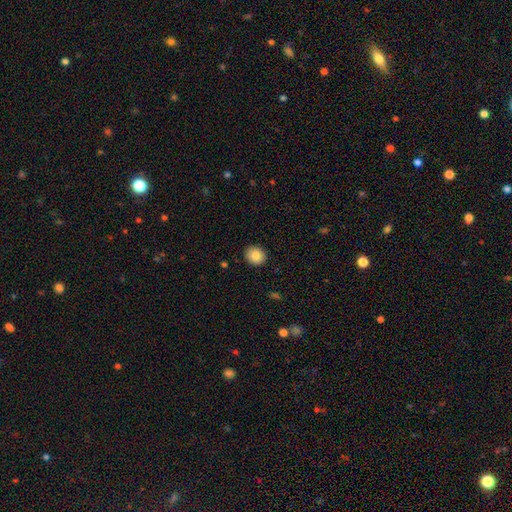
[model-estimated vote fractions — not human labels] A smooth galaxy with no disk features (86%) that is round (77%).

Vote fractions:
- Smooth or featured? smooth: 86% / star or artifact: 8% / featured or disk: 6%
- How rounded? round: 77% / in between: 22% / cigar-shaped: 1%
- Merging? none: 90% / minor disturbance: 7% / major disturbance: 2% / merger: 1%